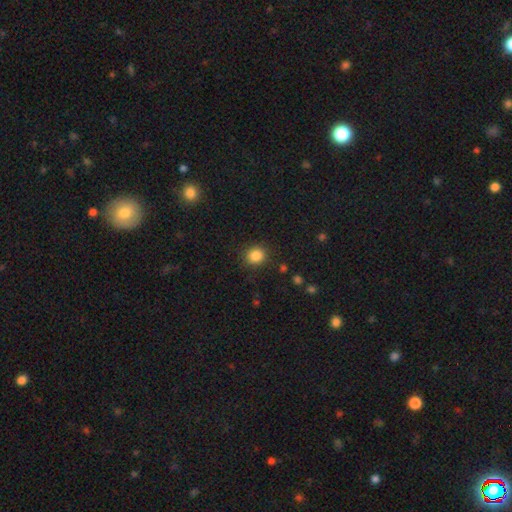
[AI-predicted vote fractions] This is clearly a smooth galaxy (85%). How rounded: clearly round (83%). Merging: clearly none (88%).